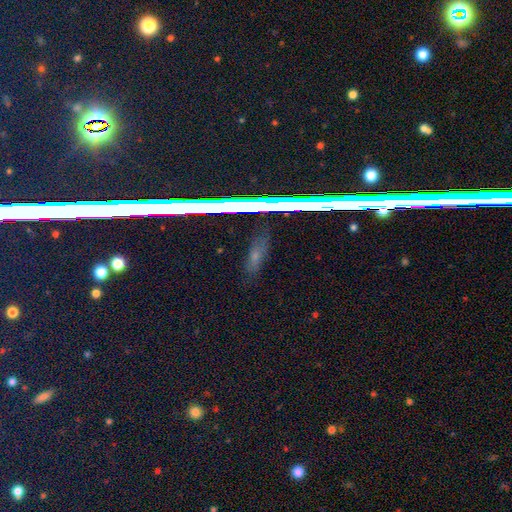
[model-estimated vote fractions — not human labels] Overall: smooth (42%; star or artifact 36%). Merging: none (83%).